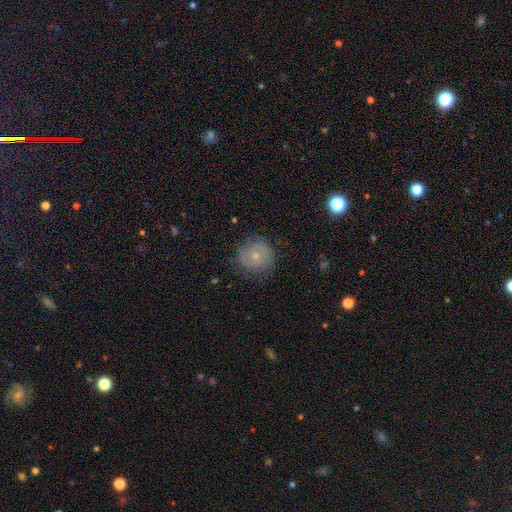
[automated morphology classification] Overall: smooth (46%; featured or disk 45%). Merging: none (76%).